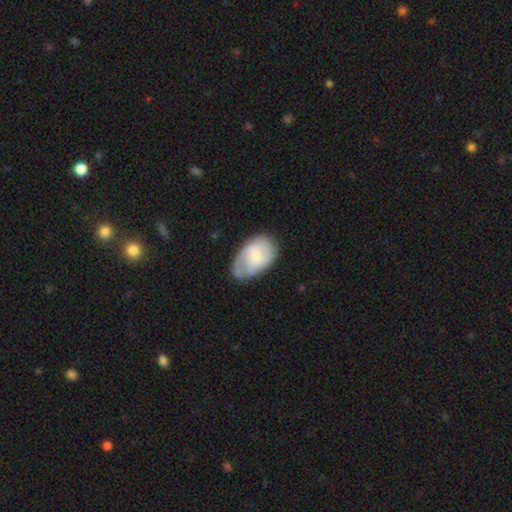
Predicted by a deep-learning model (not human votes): Smooth or featured? Predicted: featured or disk (p=0.49). Merging? Predicted: none (p=0.60).